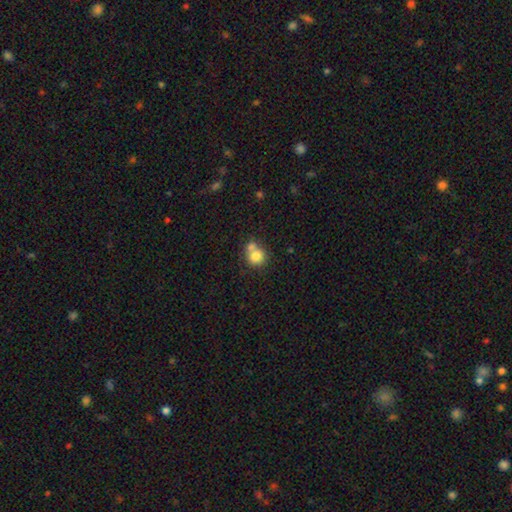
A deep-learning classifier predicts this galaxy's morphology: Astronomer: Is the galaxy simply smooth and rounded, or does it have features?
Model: smooth — 79%.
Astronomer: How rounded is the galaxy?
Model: round — 82%.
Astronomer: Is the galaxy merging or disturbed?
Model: merger — 45% (runner-up: none, 42%).